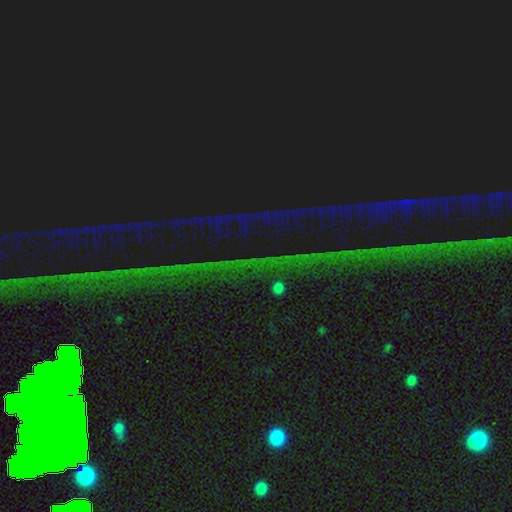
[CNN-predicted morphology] Smooth or featured? star or artifact (81%)